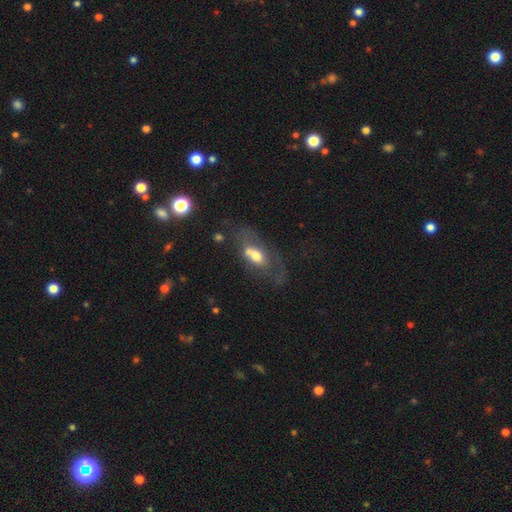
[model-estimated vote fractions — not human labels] Smooth or featured? Predicted: smooth (p=0.52). How rounded? Predicted: in between (p=0.80). Merging? Predicted: merger (p=0.34).